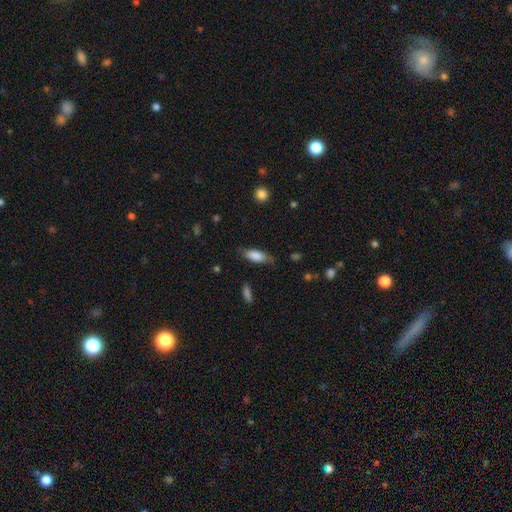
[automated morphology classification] Overall: smooth (81%). How rounded: in between (78%). Merging: none (66%; minor disturbance 26%).